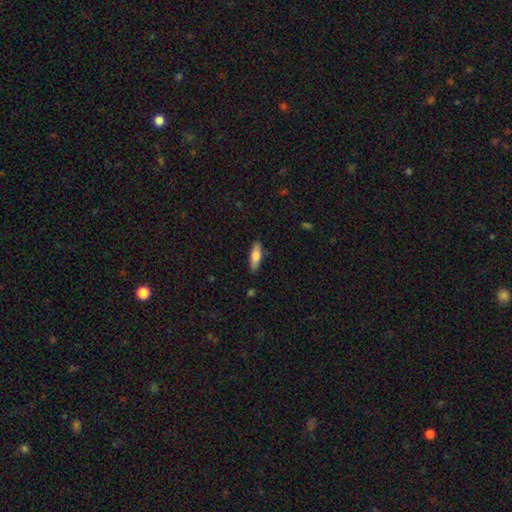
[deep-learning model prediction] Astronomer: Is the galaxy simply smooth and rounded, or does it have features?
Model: smooth — 76%.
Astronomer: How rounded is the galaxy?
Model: cigar-shaped — 51% (runner-up: in between, 47%).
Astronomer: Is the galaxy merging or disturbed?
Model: none — 85%.